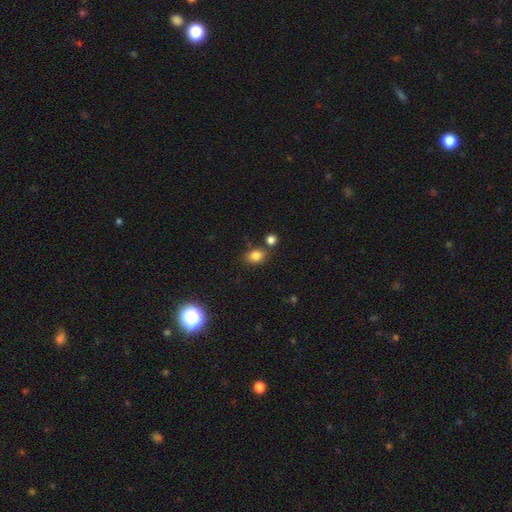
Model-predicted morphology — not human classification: Smooth or featured? Predicted: smooth (p=0.80). How rounded? Predicted: in between (p=0.67). Merging? Predicted: none (p=0.71).